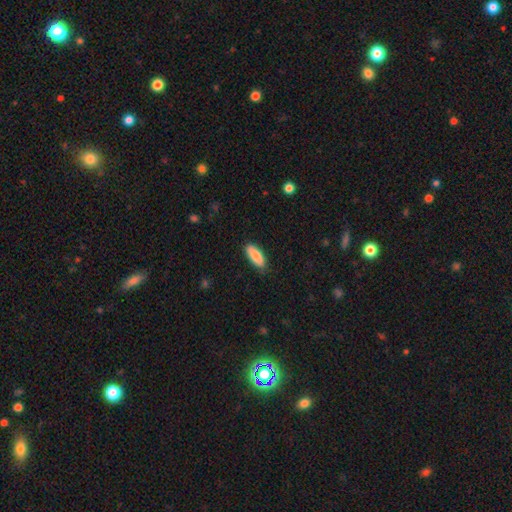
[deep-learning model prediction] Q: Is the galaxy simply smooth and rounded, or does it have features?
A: smooth — 85%.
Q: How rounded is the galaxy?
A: in between — 75%.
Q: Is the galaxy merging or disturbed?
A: none — 85%.